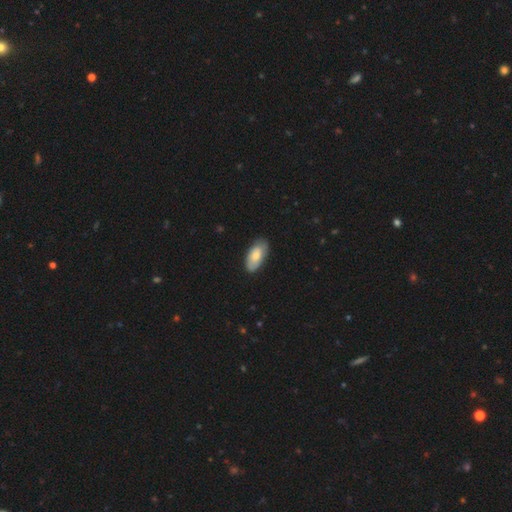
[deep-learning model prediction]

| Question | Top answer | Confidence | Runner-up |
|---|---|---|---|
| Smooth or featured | smooth | 74% | featured or disk (20%) |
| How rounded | in between | 93% | cigar-shaped (5%) |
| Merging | none | 80% | minor disturbance (17%) |